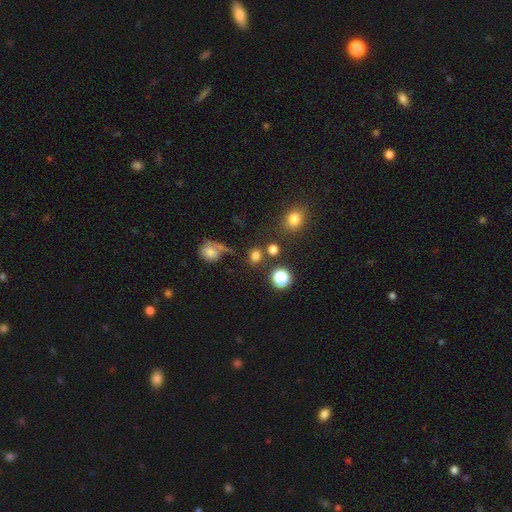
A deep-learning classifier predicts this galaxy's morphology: Overall: smooth (76%). How rounded: round (80%). Merging: none (68%).